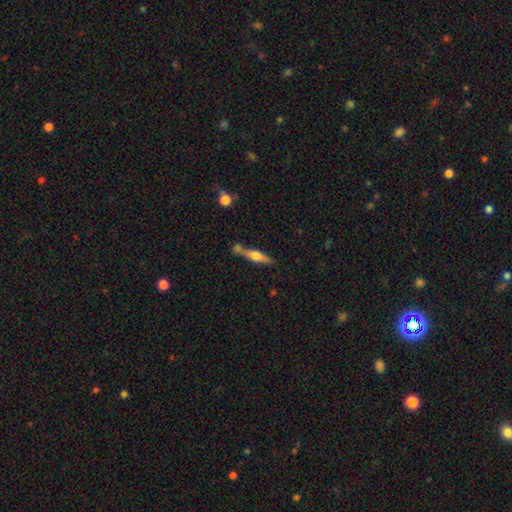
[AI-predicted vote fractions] A featured or disk galaxy (58%) viewed edge-on (94%) with a rounded central bulge (88%). Merging: none (62%).